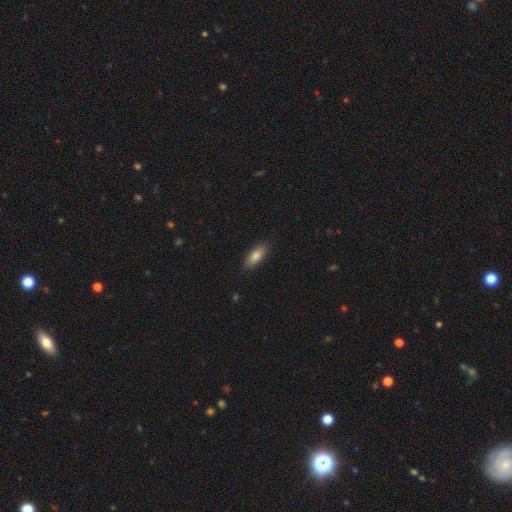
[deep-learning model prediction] This is clearly a smooth galaxy (82%). How rounded: likely in between (74%). Merging: clearly none (87%).